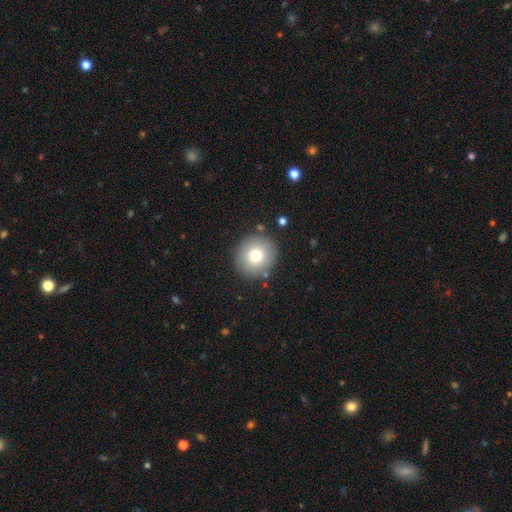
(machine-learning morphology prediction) smooth-or-featured: smooth: 75% | featured or disk: 14% | star or artifact: 11%
  how-rounded: round: 91% | in between: 8% | cigar-shaped: 1%
  merging: none: 87% | minor disturbance: 8% | major disturbance: 3% | merger: 2%